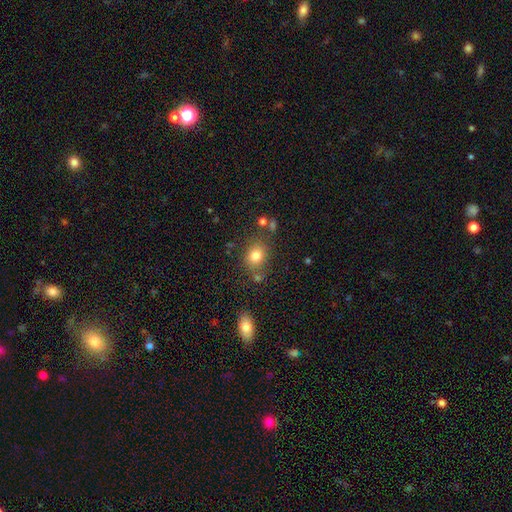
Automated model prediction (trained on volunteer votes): smooth-or-featured: smooth: 78% | star or artifact: 13% | featured or disk: 9%
  how-rounded: round: 57% | in between: 42% | cigar-shaped: 1%
  merging: none: 75% | minor disturbance: 13% | merger: 7% | major disturbance: 5%